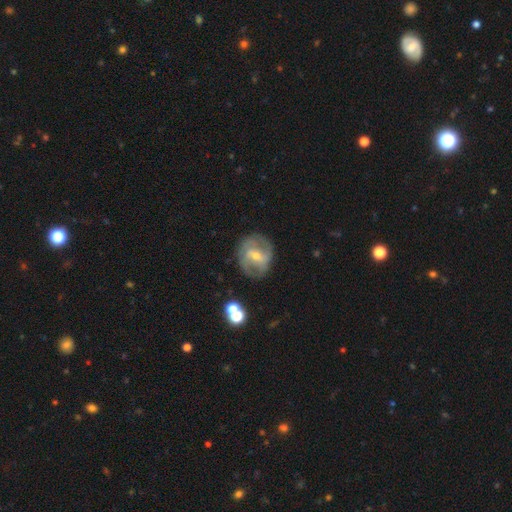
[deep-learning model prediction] A featured or disk galaxy (75%) with a weak bar (48%), 2 (61%) medium (44%) spiral arms (81%) and a small central bulge (49%).

Vote fractions:
- Smooth or featured? featured or disk: 75% / smooth: 19% / star or artifact: 6%
- Edge-on disk? no: 97% / yes: 3%
- Bar? weak: 48% / strong: 32% / no: 19%
- Spiral arms? yes: 81% / no: 19%
- Spiral winding? medium: 44% / tight: 31% / loose: 25%
- Spiral arm count? 2: 61% / can't tell: 19% / 3: 12% / 1: 3% / 4: 3% / more than 4: 2%
- Bulge size? small: 49% / moderate: 45% / large: 2% / none: 2% / dominant: 1%
- Merging? none: 74% / minor disturbance: 16% / major disturbance: 7% / merger: 2%